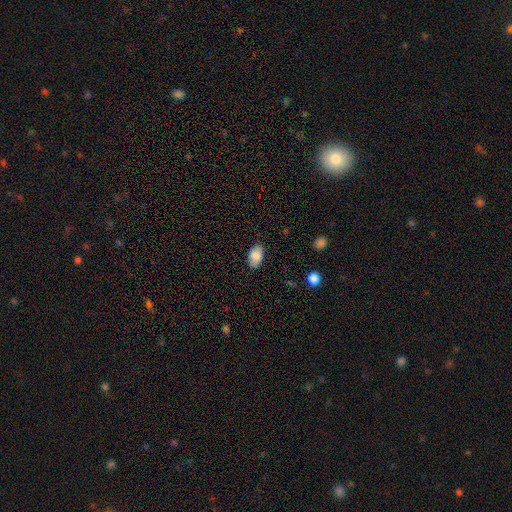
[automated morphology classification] Smooth or featured: smooth — 86% (star or artifact — 7%)
How rounded: in between — 92% (round — 7%)
Merging: none — 82% (minor disturbance — 14%)